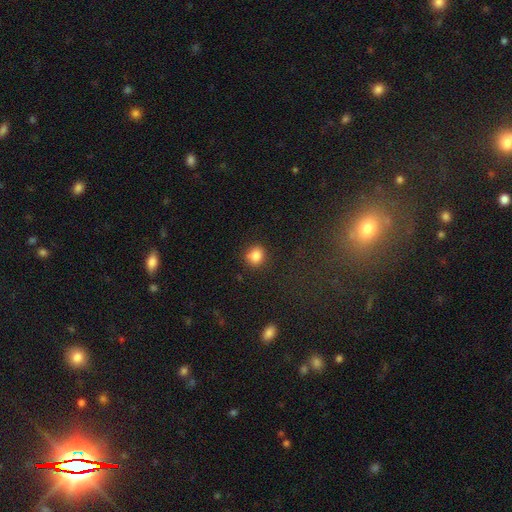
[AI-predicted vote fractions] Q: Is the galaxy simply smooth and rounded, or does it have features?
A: smooth — 83%.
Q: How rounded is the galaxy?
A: round — 72%.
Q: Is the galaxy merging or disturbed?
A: none — 79%.